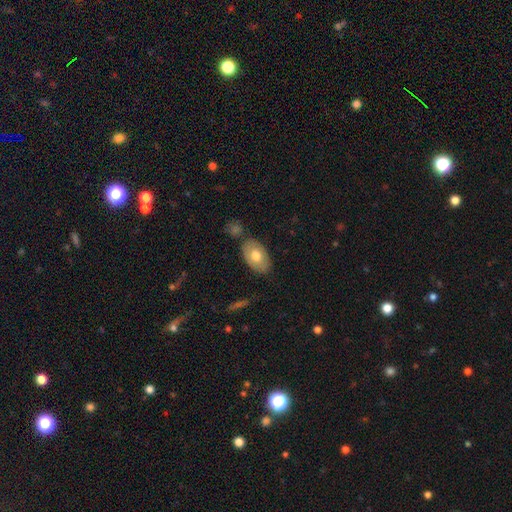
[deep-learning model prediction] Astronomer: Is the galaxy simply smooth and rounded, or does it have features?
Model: smooth — 70%.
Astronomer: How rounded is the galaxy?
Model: in between — 91%.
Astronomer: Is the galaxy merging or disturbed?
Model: none — 75%.